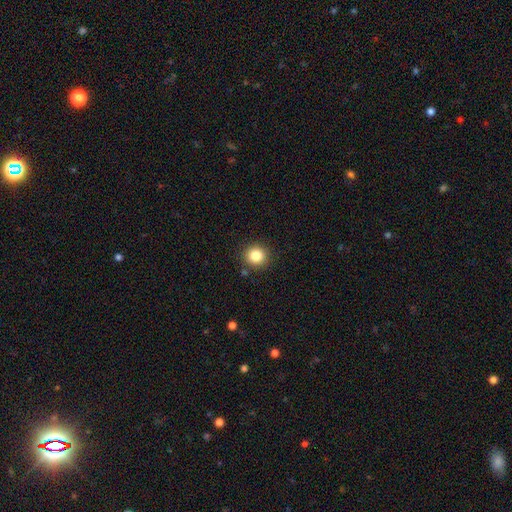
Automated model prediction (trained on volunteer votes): A smooth galaxy with no disk features (84%) that is round (90%).

Vote fractions:
- Smooth or featured? smooth: 84% / star or artifact: 11% / featured or disk: 5%
- How rounded? round: 90% / in between: 10% / cigar-shaped: 1%
- Merging? none: 88% / minor disturbance: 7% / major disturbance: 2% / merger: 2%